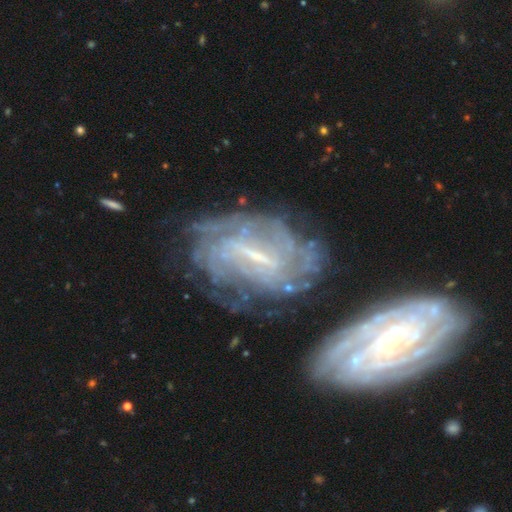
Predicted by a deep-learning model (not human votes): The model was most divided on "bar": strong: 45%, weak: 42%, no: 13%. More confident: edge-on disk — no (94%); spiral arms — yes (84%); smooth or featured — featured or disk (81%); spiral winding — tight (60%); spiral arm count — can't tell (56%); merging — none (54%); bulge size — small (53%).